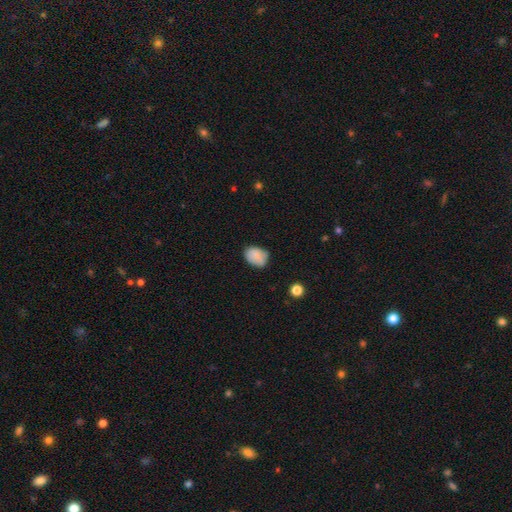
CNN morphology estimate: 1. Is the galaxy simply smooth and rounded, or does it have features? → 83% smooth, 9% featured or disk, 8% star or artifact.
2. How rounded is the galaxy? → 74% in between, 25% round, 1% cigar-shaped.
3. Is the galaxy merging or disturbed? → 65% none, 27% minor disturbance, 5% major disturbance, 3% merger.